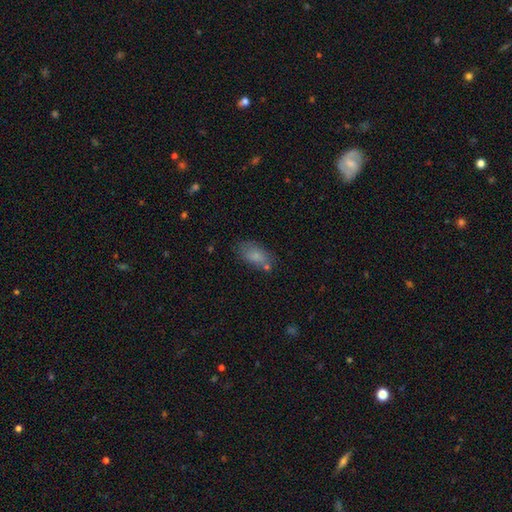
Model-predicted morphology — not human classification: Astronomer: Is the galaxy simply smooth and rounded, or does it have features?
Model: smooth — 78%.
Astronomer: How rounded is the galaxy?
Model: in between — 89%.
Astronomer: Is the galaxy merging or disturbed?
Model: none — 61%.